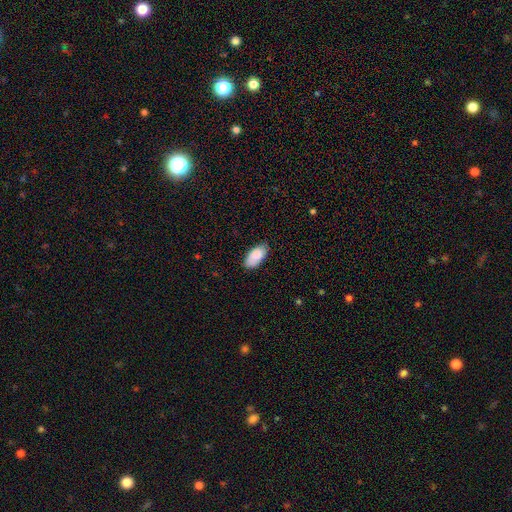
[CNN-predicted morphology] Overall: smooth (86%). How rounded: in between (94%). Merging: none (77%).